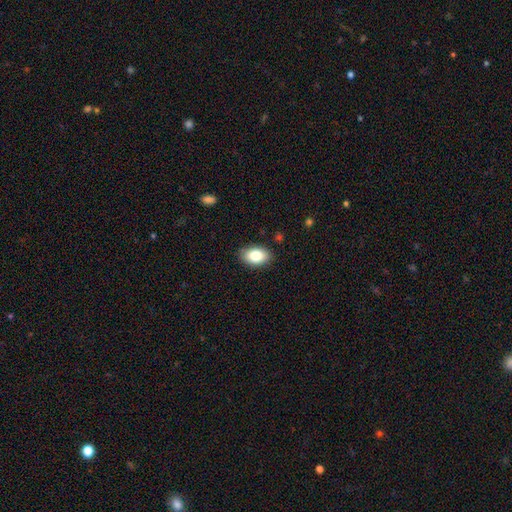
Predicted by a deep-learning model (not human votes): Q: Smooth or featured?
A: smooth (84%); runner-up: featured or disk (9%)
Q: How rounded?
A: in between (88%); runner-up: round (11%)
Q: Merging?
A: none (85%); runner-up: minor disturbance (11%)